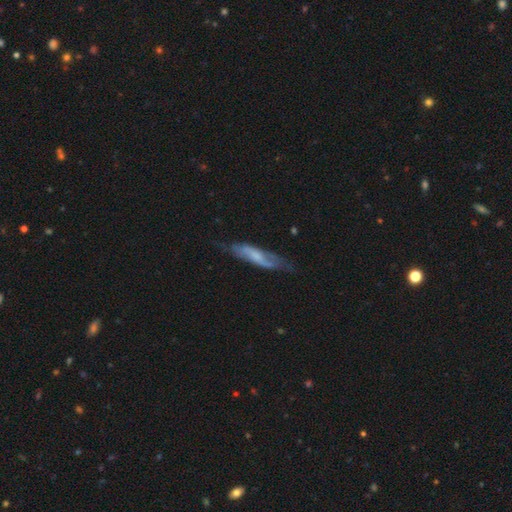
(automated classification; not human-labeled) Q: Smooth or featured?
A: featured or disk (58%); runner-up: smooth (35%)
Q: Edge-on disk?
A: no (62%); runner-up: yes (38%)
Q: Merging?
A: none (61%); runner-up: minor disturbance (26%)